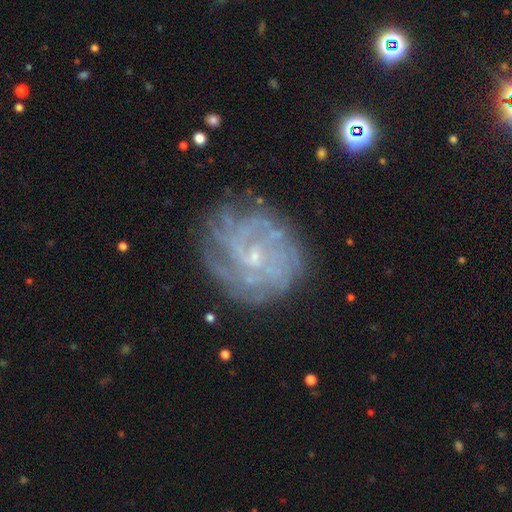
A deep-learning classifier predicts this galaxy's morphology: This is likely a featured or disk galaxy (78%). It is clearly not viewed edge-on (98%). Bar: likely no (64%). Spiral arm pattern: clearly yes (88%). Spiral arm count: possibly can't tell (47%). Spiral winding: likely tight (63%). Central bulge: likely small (79%). Merging: likely none (72%).